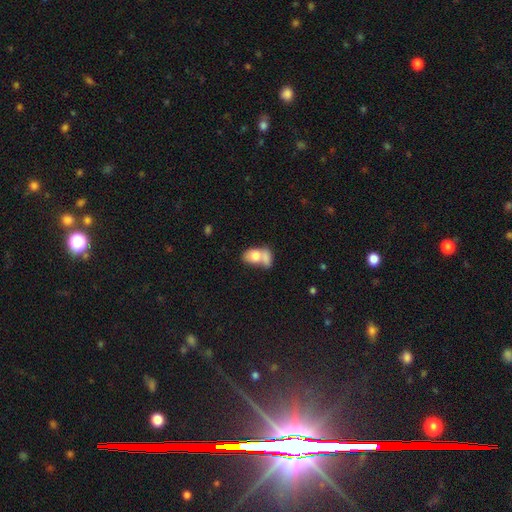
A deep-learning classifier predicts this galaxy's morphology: A smooth galaxy with no disk features (74%) that is in between round and cigar-shaped (80%). Merging: merger (65%).